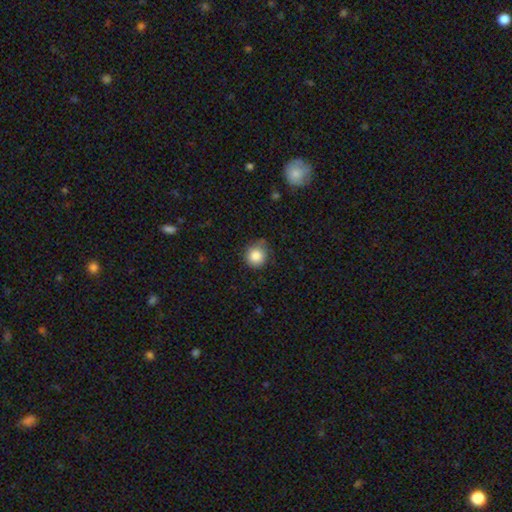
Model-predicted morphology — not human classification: Smooth or featured? smooth (85%)
How rounded? round (90%)
Merging? none (69%)